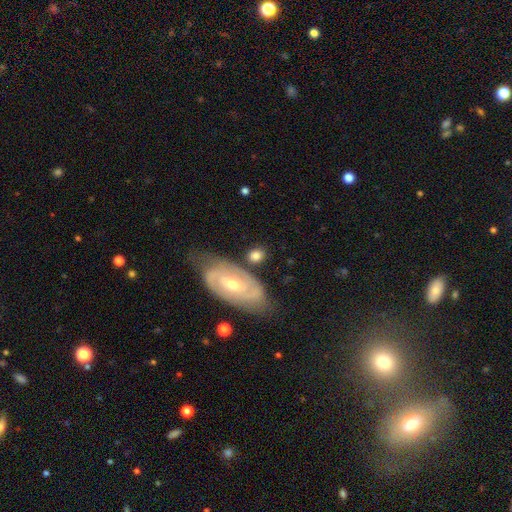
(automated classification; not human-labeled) smooth 62%, featured or disk 32%, star or artifact 6%. Down the decision tree: how rounded — in between (57%); merging — none (64%).